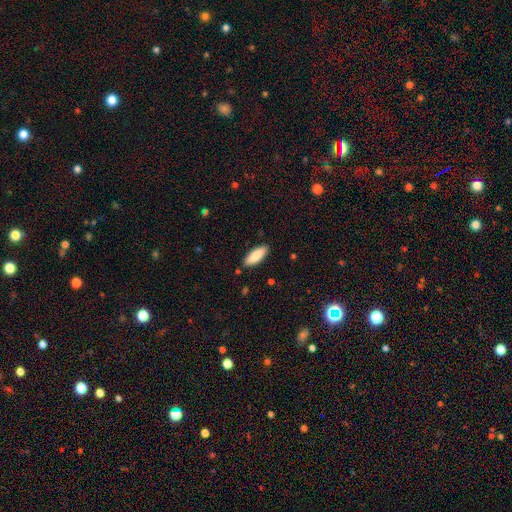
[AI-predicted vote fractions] Overall: smooth (84%). How rounded: in between (68%; cigar-shaped 30%). Merging: none (88%).